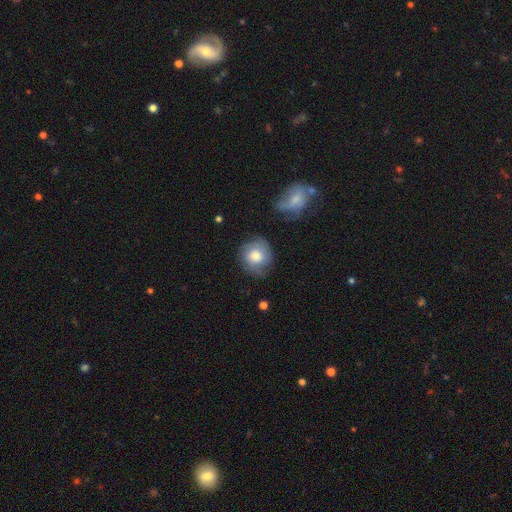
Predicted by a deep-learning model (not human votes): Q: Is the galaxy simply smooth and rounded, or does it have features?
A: smooth — 53%.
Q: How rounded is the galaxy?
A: round — 84%.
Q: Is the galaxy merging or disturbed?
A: none — 72%.